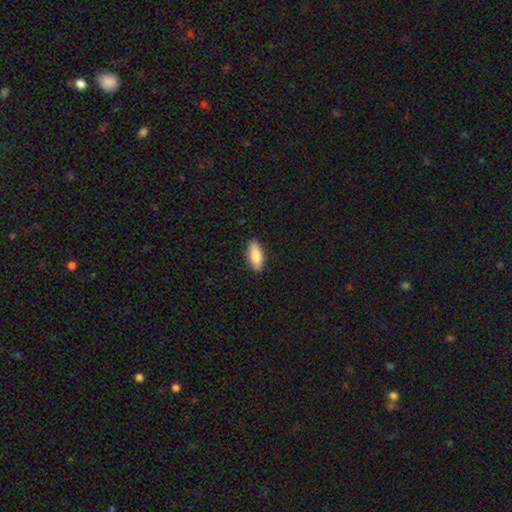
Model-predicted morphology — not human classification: type=smooth (83%); roundness=in between (78%); merging=none (88%).